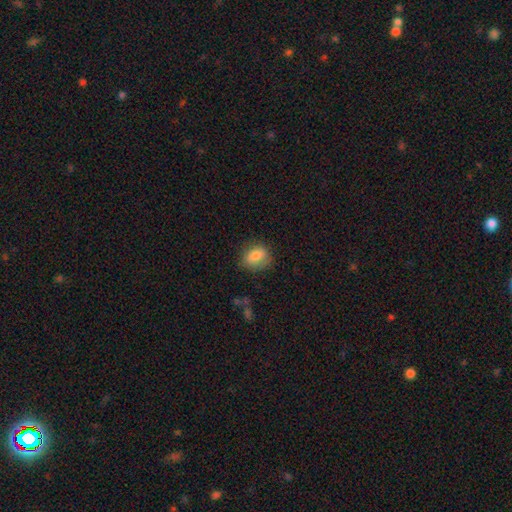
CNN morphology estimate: This is clearly a smooth galaxy (83%). How rounded: likely in between (63%). Merging: likely none (71%).